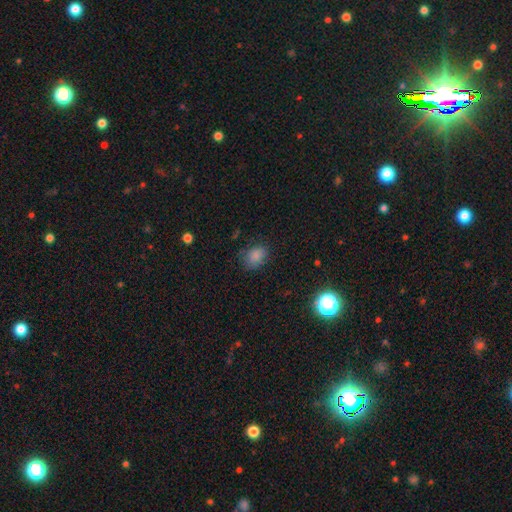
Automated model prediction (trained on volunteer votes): smooth 82%, star or artifact 13%, featured or disk 5%. Down the decision tree: how rounded — in between (65%); merging — none (72%).